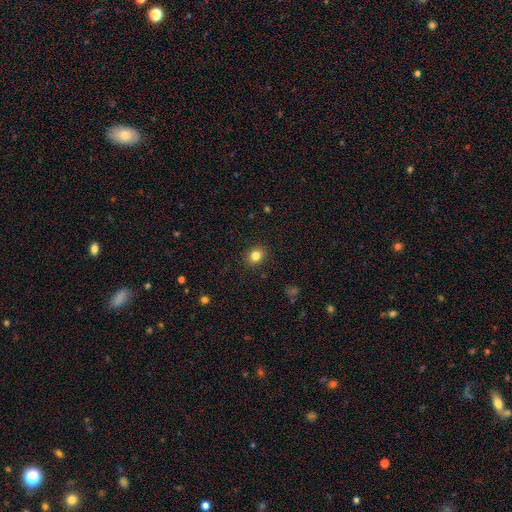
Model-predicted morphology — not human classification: Smooth or featured: smooth — 83% (star or artifact — 11%)
How rounded: round — 67% (in between — 33%)
Merging: none — 89% (minor disturbance — 8%)